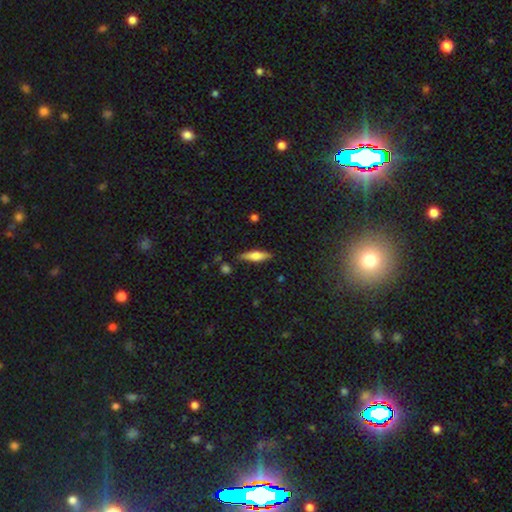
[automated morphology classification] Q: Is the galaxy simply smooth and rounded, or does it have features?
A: smooth — 59%.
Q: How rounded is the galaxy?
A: cigar-shaped — 68%.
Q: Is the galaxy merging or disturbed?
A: none — 84%.